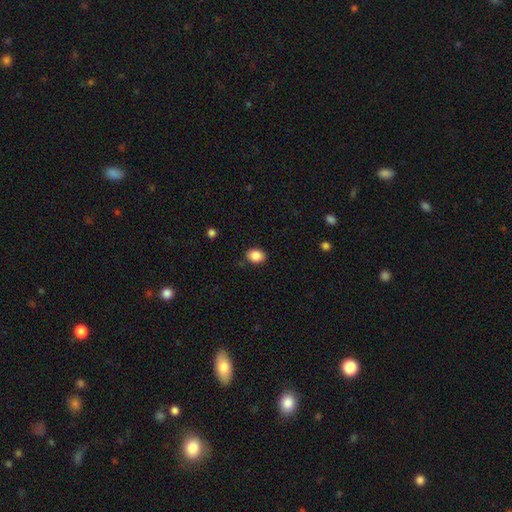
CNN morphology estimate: Smooth or featured?
  - smooth: 88% *
  - star or artifact: 8%
  - featured or disk: 3%
How rounded?
  - in between: 62% *
  - round: 38%
  - cigar-shaped: 1%
Merging?
  - none: 85% *
  - minor disturbance: 11%
  - major disturbance: 2%
  - merger: 2%